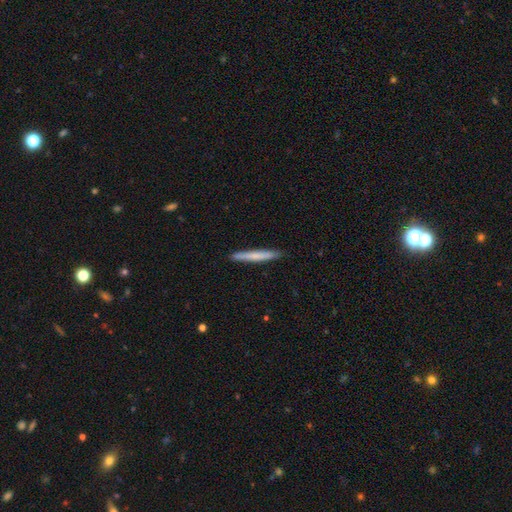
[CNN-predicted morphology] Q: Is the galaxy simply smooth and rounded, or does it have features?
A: smooth — 67%.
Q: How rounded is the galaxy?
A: cigar-shaped — 96%.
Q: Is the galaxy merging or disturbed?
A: none — 90%.